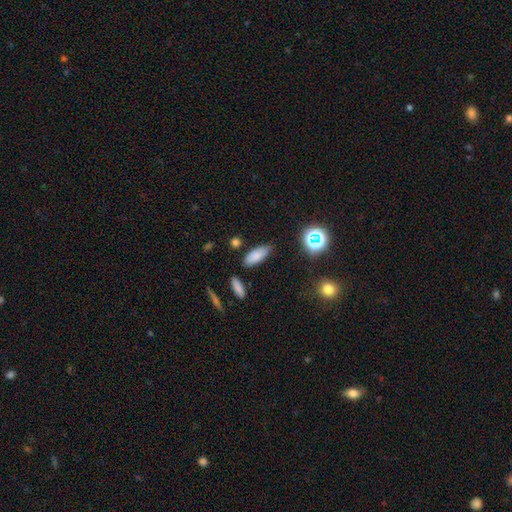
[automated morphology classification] This appears to be a smooth galaxy with no disk features (81%) that is in between round and cigar-shaped (78%). Merging: none (78%).